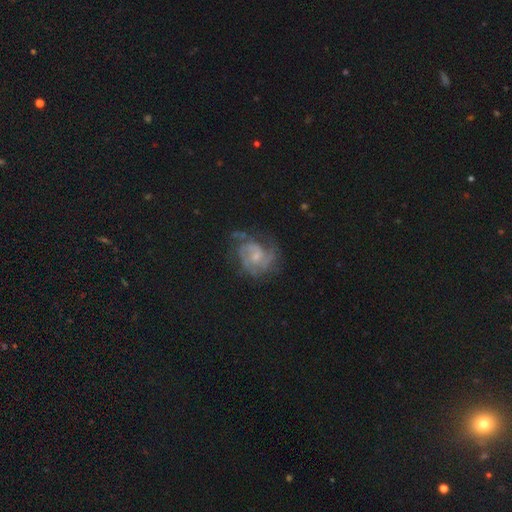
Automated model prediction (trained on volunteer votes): Smooth or featured: featured or disk — 82% (smooth — 11%)
Edge-on disk: no — 98% (yes — 2%)
Bar: no — 54% (weak — 40%)
Spiral arms: yes — 94% (no — 6%)
Spiral winding: medium — 46% (tight — 41%)
Spiral arm count: 2 — 49% (can't tell — 20%)
Bulge size: small — 55% (moderate — 30%)
Merging: none — 58% (minor disturbance — 22%)